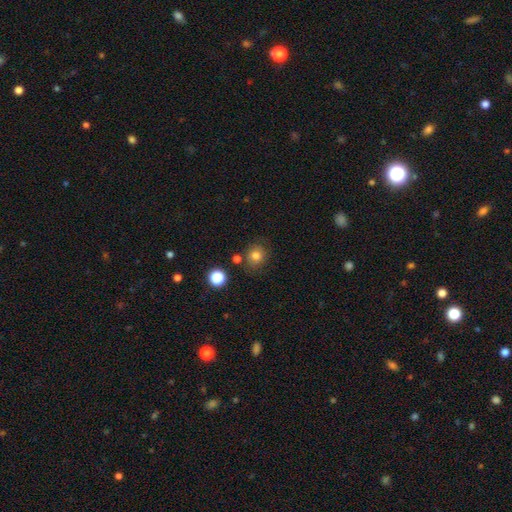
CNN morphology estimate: This appears to be a smooth galaxy with no disk features (78%) that is round (82%). Merging: none (78%).